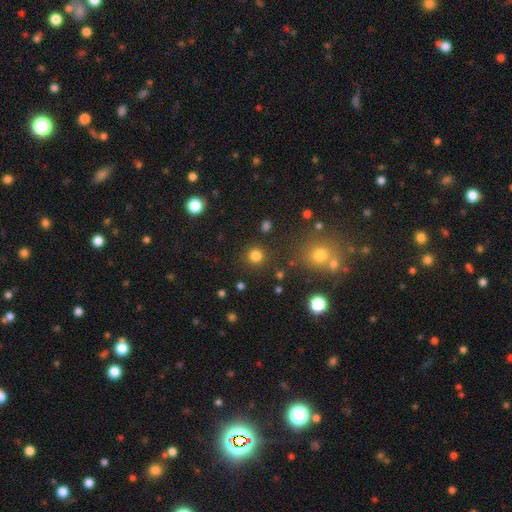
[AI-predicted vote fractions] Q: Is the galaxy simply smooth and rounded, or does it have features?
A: smooth — 80%.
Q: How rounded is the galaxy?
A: round — 94%.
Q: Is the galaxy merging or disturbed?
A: none — 89%.